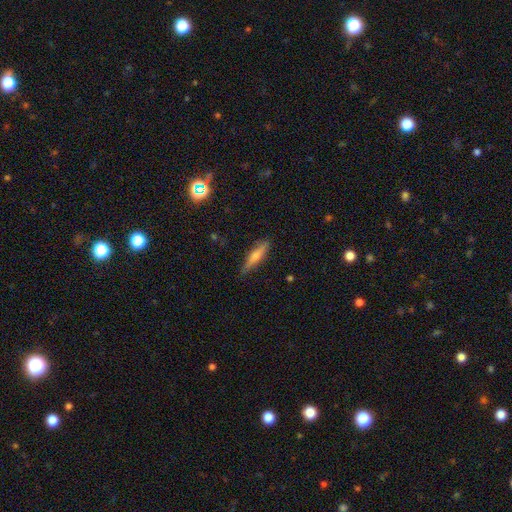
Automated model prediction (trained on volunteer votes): Smooth or featured? smooth (47%)
Merging? none (84%)